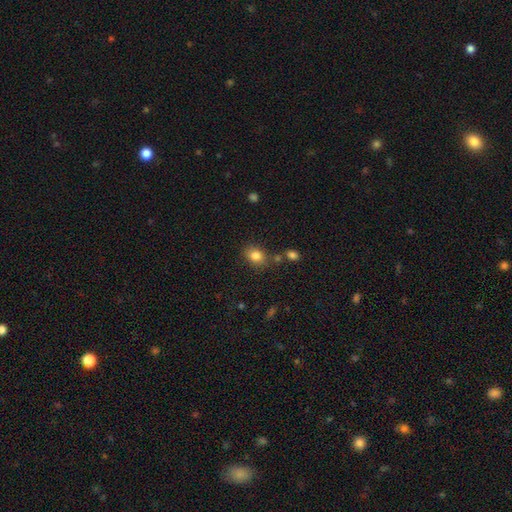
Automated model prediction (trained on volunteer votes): Smooth or featured? Predicted: smooth (p=0.83). How rounded? Predicted: in between (p=0.60). Merging? Predicted: none (p=0.76).